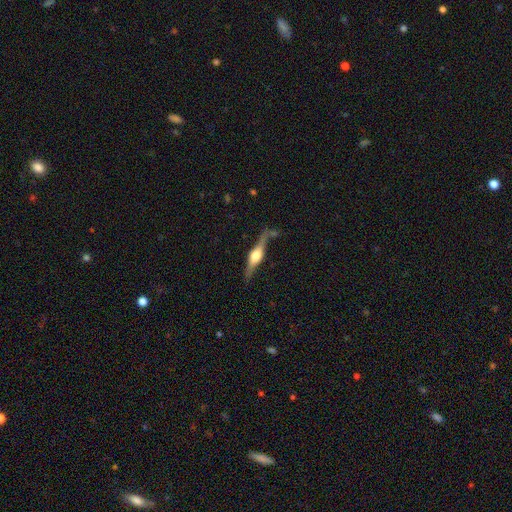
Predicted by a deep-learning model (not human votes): Smooth or featured?
  - featured or disk: 78% *
  - smooth: 17%
  - star or artifact: 5%
Edge-on disk?
  - yes: 96% *
  - no: 4%
Edge-on bulge?
  - rounded: 91% *
  - boxy: 7%
  - none: 2%
Merging?
  - none: 71% *
  - minor disturbance: 17%
  - merger: 6%
  - major disturbance: 6%